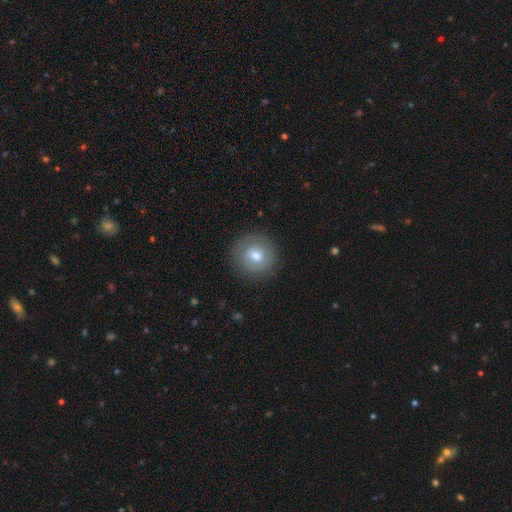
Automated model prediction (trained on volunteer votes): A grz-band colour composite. It shows a smooth galaxy with no disk features (65%) that is round (91%). Merging: none (86%).